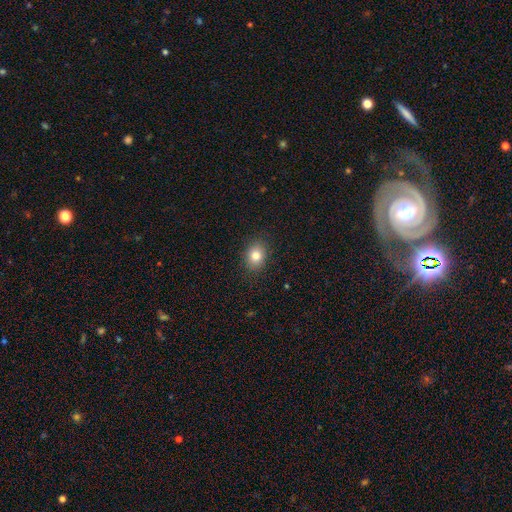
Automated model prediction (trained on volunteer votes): This appears to be a smooth galaxy with no disk features (81%) that is in between round and cigar-shaped (52%). Merging: none (89%).